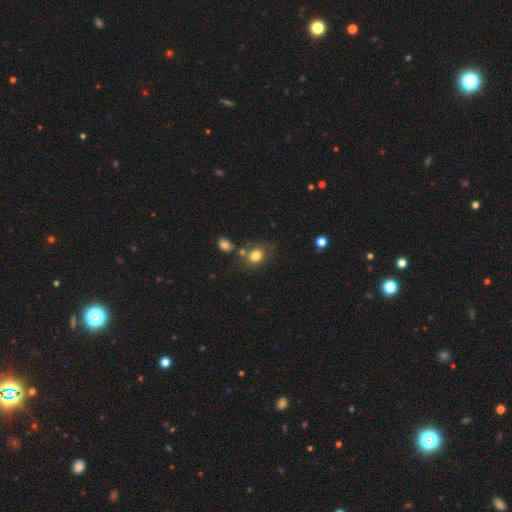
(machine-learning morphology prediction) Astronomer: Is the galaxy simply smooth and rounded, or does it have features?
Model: smooth — 80%.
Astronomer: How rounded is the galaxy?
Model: in between — 52% (runner-up: round, 47%).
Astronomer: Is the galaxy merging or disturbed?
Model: none — 59%.